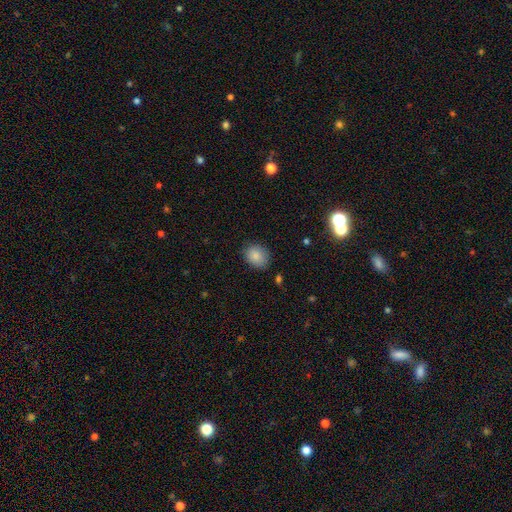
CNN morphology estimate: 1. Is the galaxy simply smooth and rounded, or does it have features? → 85% smooth, 9% star or artifact, 6% featured or disk.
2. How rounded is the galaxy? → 54% round, 45% in between, 1% cigar-shaped.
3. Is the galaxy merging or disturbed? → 83% none, 12% minor disturbance, 3% major disturbance, 1% merger.